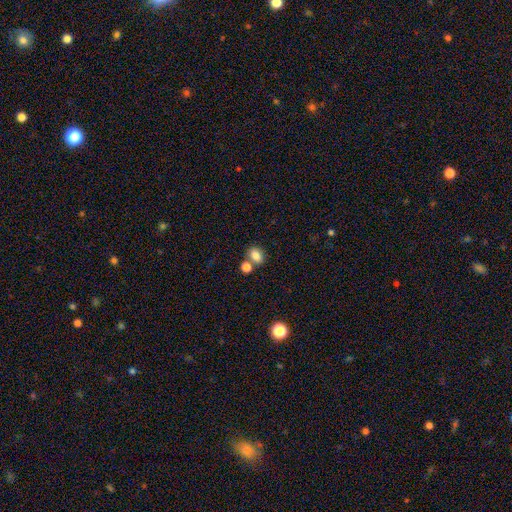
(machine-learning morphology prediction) This is clearly a smooth galaxy (83%). How rounded: likely in between (63%). Merging: possibly none (59%).